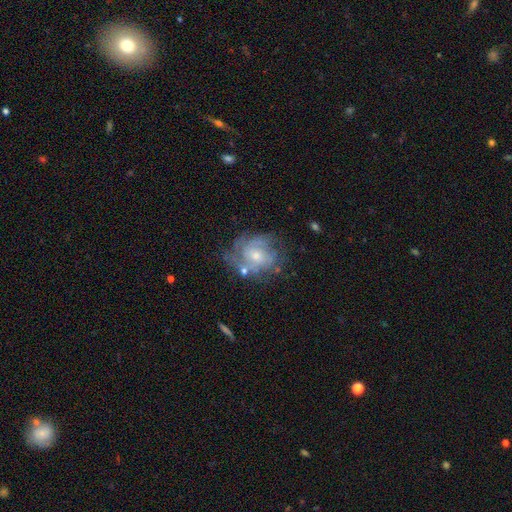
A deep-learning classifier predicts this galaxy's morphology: A featured or disk galaxy (73%) with no bar (73%), tight (53%) spiral arms (78%) and a small central bulge (52%). Merging: none (54%).